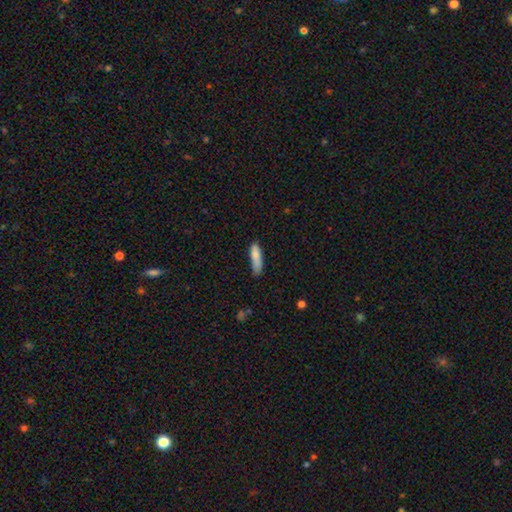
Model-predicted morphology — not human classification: Smooth or featured: smooth — 81% (featured or disk — 11%)
How rounded: cigar-shaped — 58% (in between — 40%)
Merging: none — 53% (minor disturbance — 34%)